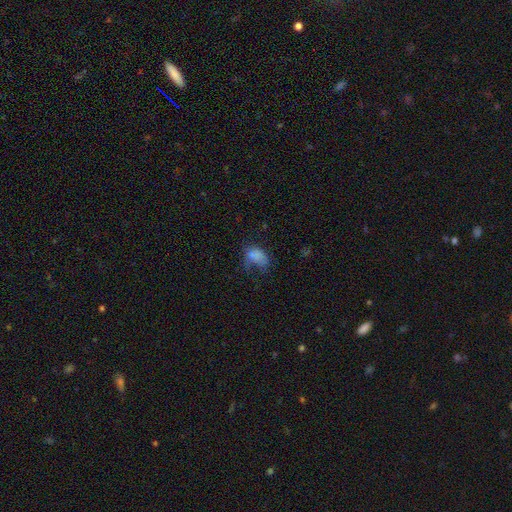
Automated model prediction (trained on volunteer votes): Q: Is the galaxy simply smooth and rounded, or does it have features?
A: smooth — 70%.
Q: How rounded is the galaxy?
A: in between — 84%.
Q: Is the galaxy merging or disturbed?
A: major disturbance — 45%.